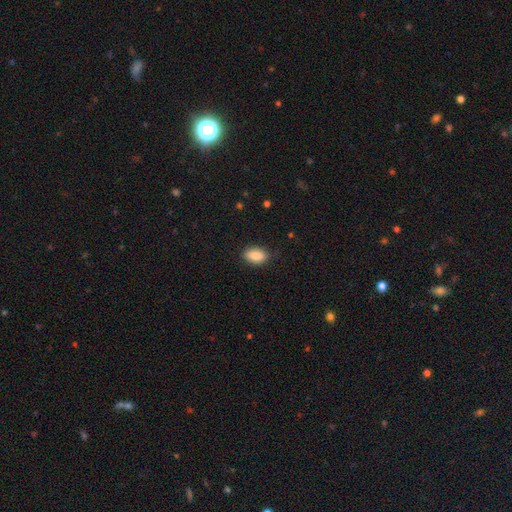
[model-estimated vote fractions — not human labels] Smooth or featured: smooth — 86% (star or artifact — 7%)
How rounded: in between — 89% (round — 7%)
Merging: none — 80% (minor disturbance — 16%)